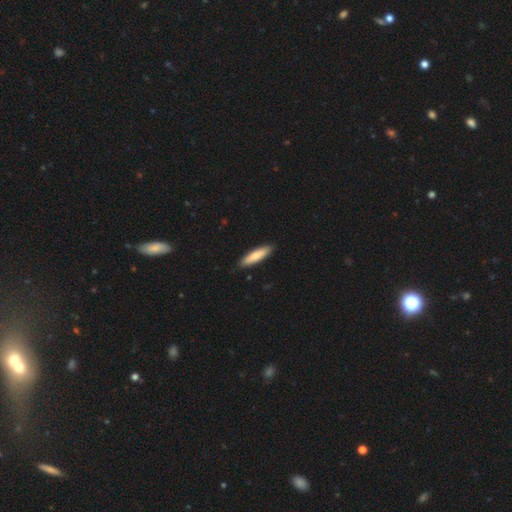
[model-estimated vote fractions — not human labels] Smooth or featured? smooth (78%)
How rounded? cigar-shaped (75%)
Merging? none (89%)